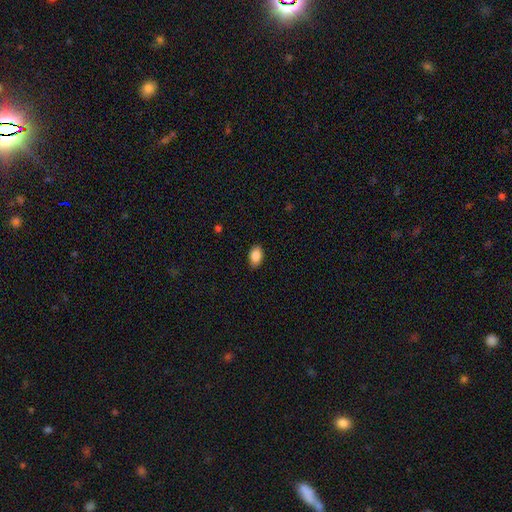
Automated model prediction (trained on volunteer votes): The model was most divided on "how rounded": in between: 87%, round: 11%, cigar-shaped: 1%. More confident: merging — none (88%); smooth or featured — smooth (88%).